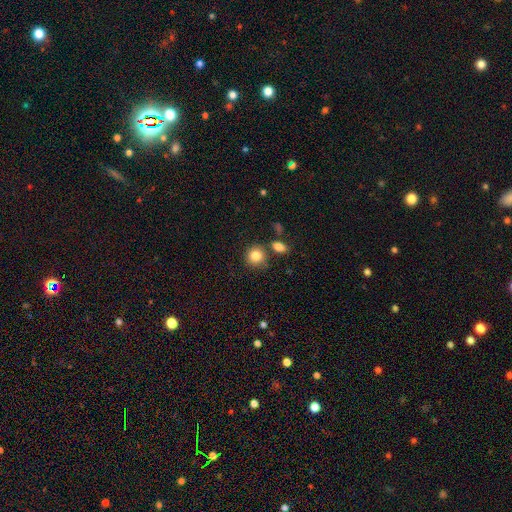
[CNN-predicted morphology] A smooth galaxy with no disk features (83%) that is round (87%).

Vote fractions:
- Smooth or featured? smooth: 83% / star or artifact: 10% / featured or disk: 7%
- How rounded? round: 87% / in between: 12% / cigar-shaped: 1%
- Merging? none: 75% / merger: 11% / minor disturbance: 10% / major disturbance: 3%